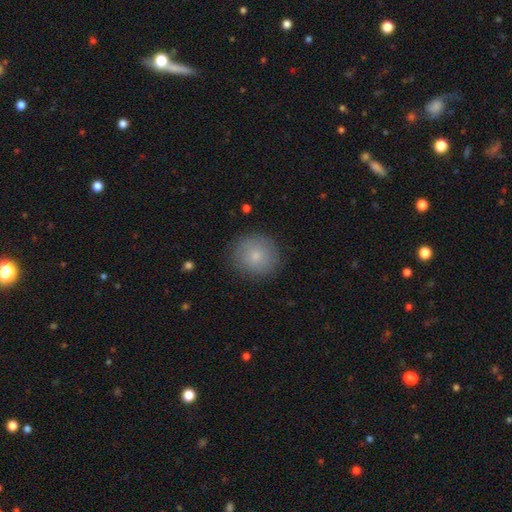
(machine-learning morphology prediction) This appears to be a smooth galaxy with no disk features (79%) that is round (90%). Merging: none (85%).